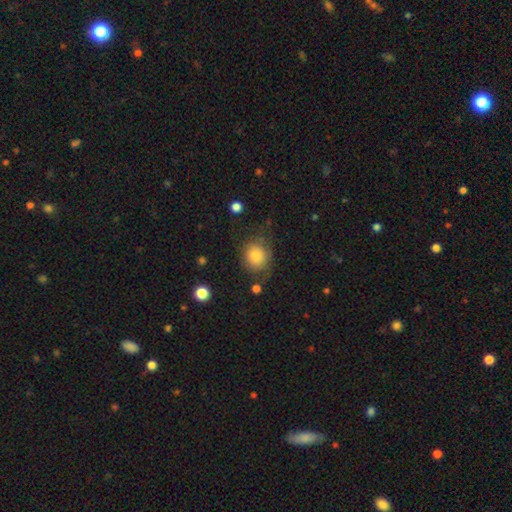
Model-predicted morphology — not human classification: Q: Smooth or featured?
A: smooth (81%); runner-up: featured or disk (10%)
Q: How rounded?
A: round (74%); runner-up: in between (25%)
Q: Merging?
A: none (67%); runner-up: minor disturbance (21%)